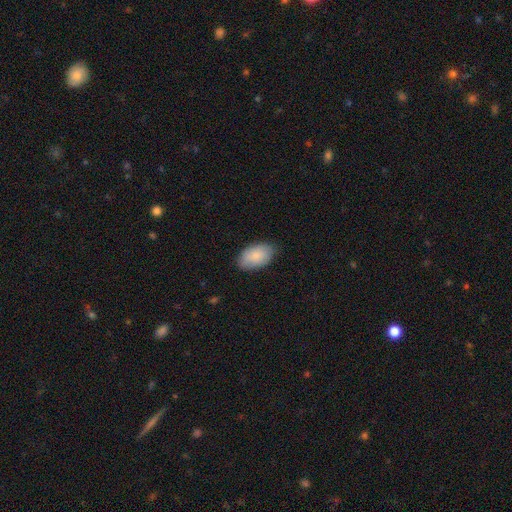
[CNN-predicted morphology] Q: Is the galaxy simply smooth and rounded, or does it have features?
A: smooth — 86%.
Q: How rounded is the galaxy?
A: in between — 94%.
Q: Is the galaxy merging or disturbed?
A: none — 82%.